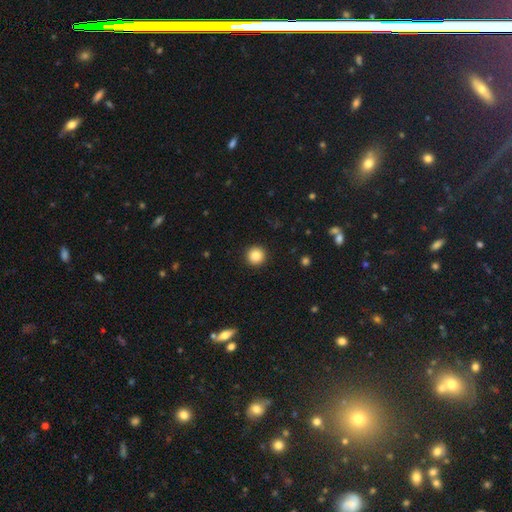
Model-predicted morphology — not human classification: smooth-or-featured: smooth: 86% | star or artifact: 10% | featured or disk: 4%
  how-rounded: round: 96% | in between: 3% | cigar-shaped: 1%
  merging: none: 93% | minor disturbance: 4% | major disturbance: 2% | merger: 1%